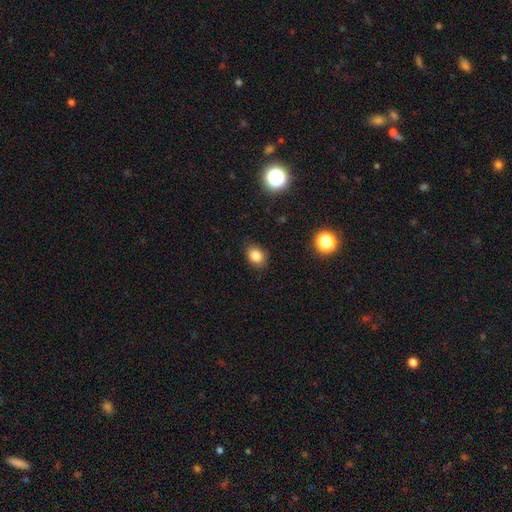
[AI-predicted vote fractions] Q: Smooth or featured?
A: smooth (82%); runner-up: star or artifact (12%)
Q: How rounded?
A: in between (59%); runner-up: round (40%)
Q: Merging?
A: none (86%); runner-up: minor disturbance (11%)